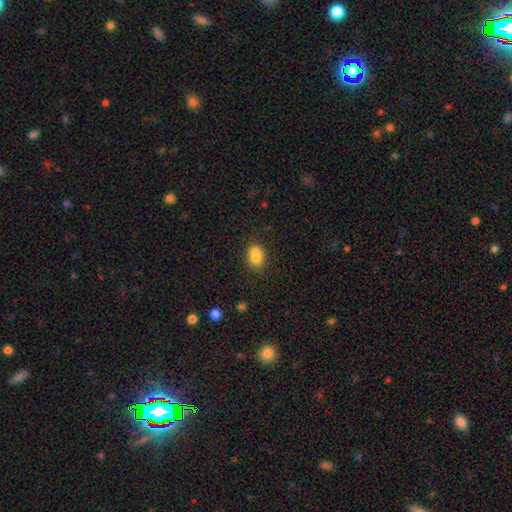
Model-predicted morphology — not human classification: The model was most divided on "merging": none: 55%, merger: 26%, minor disturbance: 15%, major disturbance: 4%. More confident: smooth or featured — smooth (80%); how rounded — in between (70%).